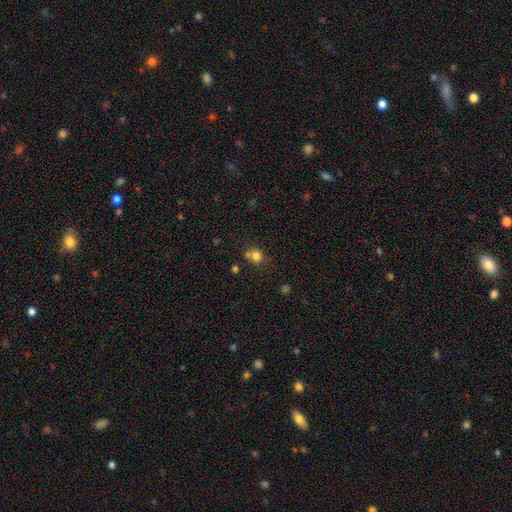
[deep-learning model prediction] Smooth or featured: smooth — 78% (star or artifact — 14%)
How rounded: round — 81% (in between — 18%)
Merging: none — 55% (merger — 29%)